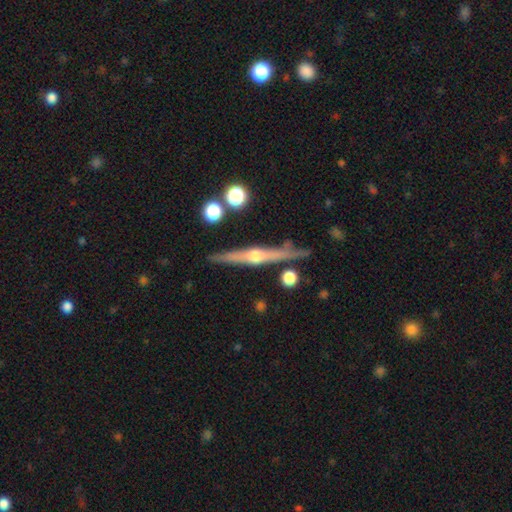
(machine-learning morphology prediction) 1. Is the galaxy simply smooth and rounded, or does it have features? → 78% featured or disk, 16% smooth, 6% star or artifact.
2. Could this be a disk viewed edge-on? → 98% yes, 2% no.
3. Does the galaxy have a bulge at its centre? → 93% rounded, 4% none, 3% boxy.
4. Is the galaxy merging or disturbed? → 84% none, 10% minor disturbance, 4% merger, 2% major disturbance.